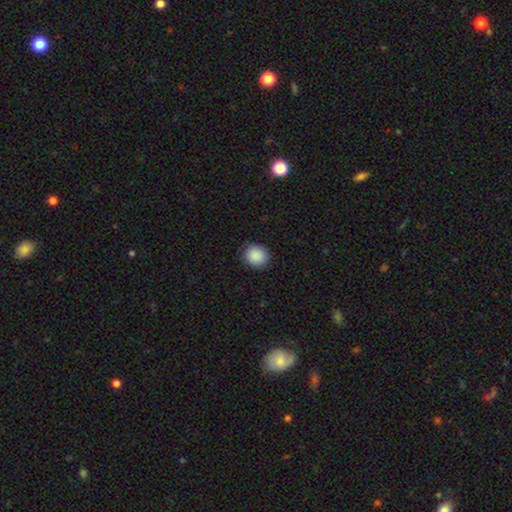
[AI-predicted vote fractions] smooth 90%, star or artifact 8%, featured or disk 3%. Down the decision tree: how rounded — round (84%); merging — none (89%).